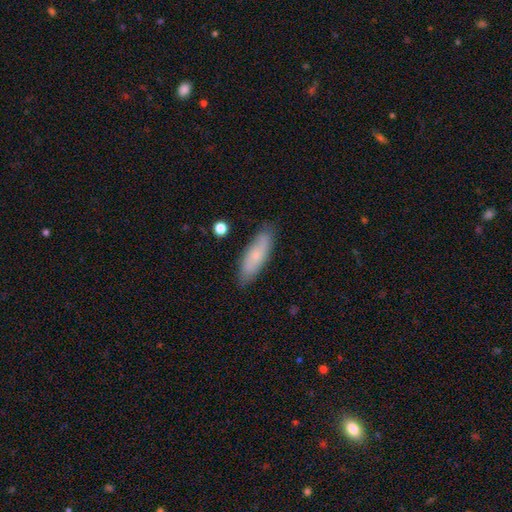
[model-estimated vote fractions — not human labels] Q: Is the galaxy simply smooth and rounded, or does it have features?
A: smooth — 66%.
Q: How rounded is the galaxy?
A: in between — 53%.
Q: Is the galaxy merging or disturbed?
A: none — 83%.